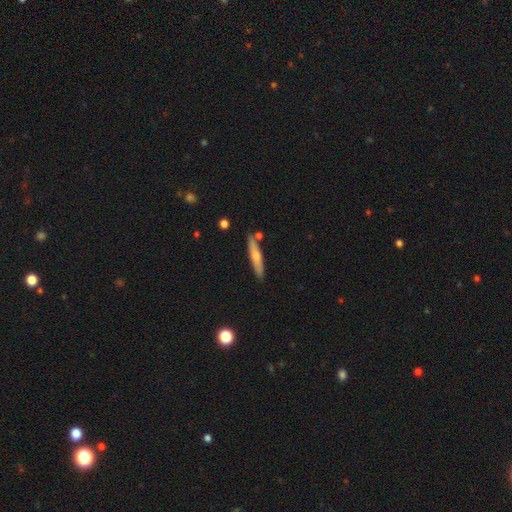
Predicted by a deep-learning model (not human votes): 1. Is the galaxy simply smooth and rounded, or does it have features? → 49% smooth, 44% featured or disk, 6% star or artifact.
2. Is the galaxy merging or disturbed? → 83% none, 10% minor disturbance, 5% merger, 2% major disturbance.